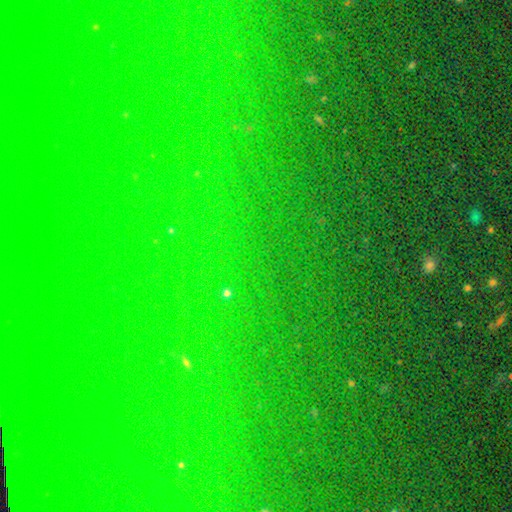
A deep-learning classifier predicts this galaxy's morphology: Smooth or featured: star or artifact — 80% (smooth — 11%)